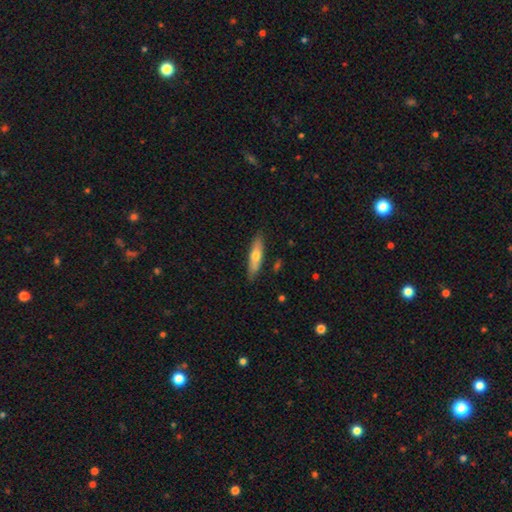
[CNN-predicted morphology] Smooth or featured?
  - smooth: 60% *
  - featured or disk: 34%
  - star or artifact: 6%
How rounded?
  - cigar-shaped: 66% *
  - in between: 32%
  - round: 2%
Merging?
  - none: 85% *
  - minor disturbance: 11%
  - major disturbance: 2%
  - merger: 2%